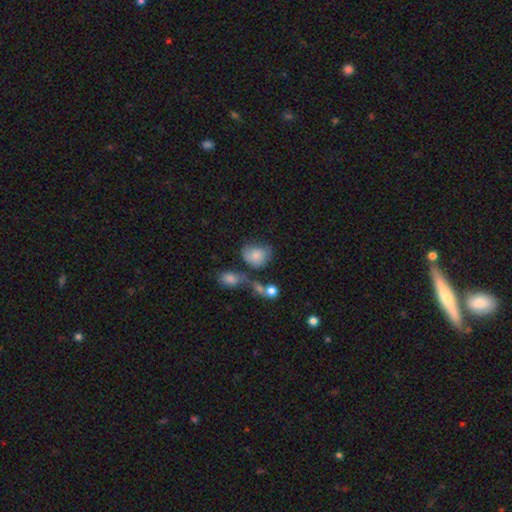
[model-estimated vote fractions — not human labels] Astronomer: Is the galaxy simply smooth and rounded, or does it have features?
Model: smooth — 74%.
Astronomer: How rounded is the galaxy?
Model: in between — 60% (runner-up: round, 39%).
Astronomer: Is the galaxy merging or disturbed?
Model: none — 33% (runner-up: minor disturbance, 26%).